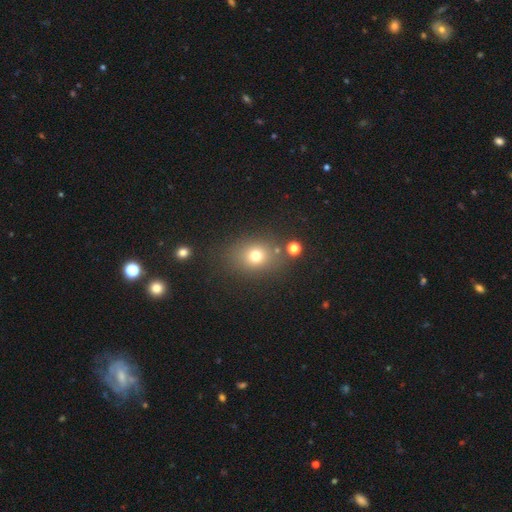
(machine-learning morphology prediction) Smooth or featured?
  - smooth: 72% *
  - star or artifact: 17%
  - featured or disk: 10%
How rounded?
  - round: 59% *
  - in between: 40%
  - cigar-shaped: 1%
Merging?
  - none: 76% *
  - minor disturbance: 12%
  - merger: 7%
  - major disturbance: 5%